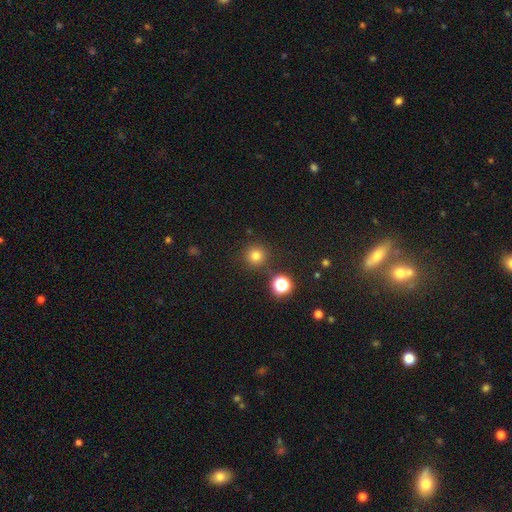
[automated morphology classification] Smooth or featured? Predicted: smooth (p=0.77). How rounded? Predicted: round (p=0.95). Merging? Predicted: none (p=0.87).